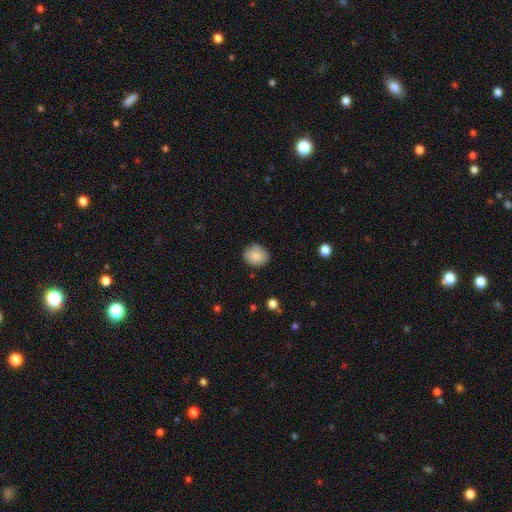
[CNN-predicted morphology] smooth-or-featured: smooth: 86% | star or artifact: 8% | featured or disk: 7%
  how-rounded: round: 68% | in between: 32% | cigar-shaped: 1%
  merging: none: 82% | minor disturbance: 14% | major disturbance: 3% | merger: 1%